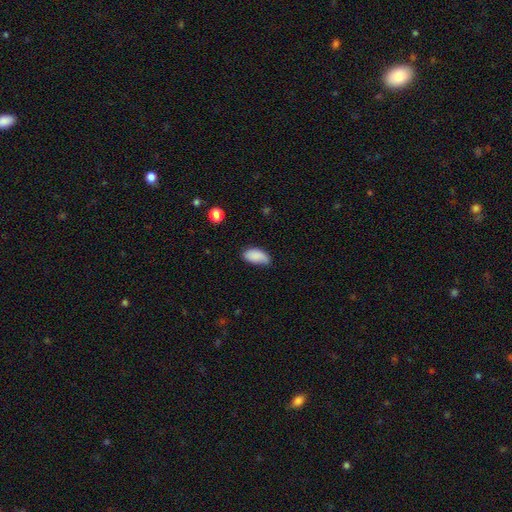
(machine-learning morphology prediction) type=smooth (86%); roundness=in between (94%); merging=none (56%).